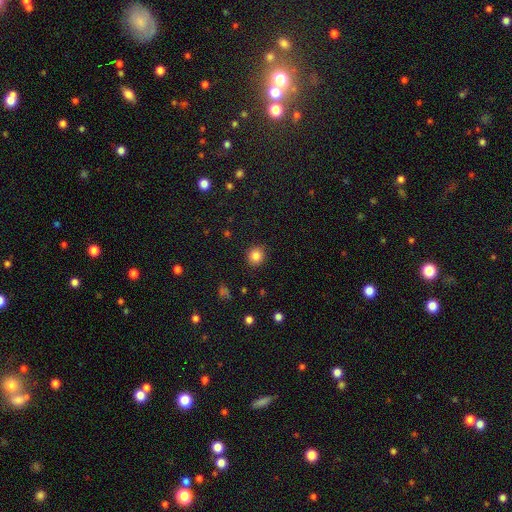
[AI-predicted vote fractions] Smooth or featured?
  - smooth: 84% *
  - star or artifact: 11%
  - featured or disk: 5%
How rounded?
  - round: 88% *
  - in between: 11%
  - cigar-shaped: 1%
Merging?
  - none: 90% *
  - minor disturbance: 7%
  - major disturbance: 2%
  - merger: 1%